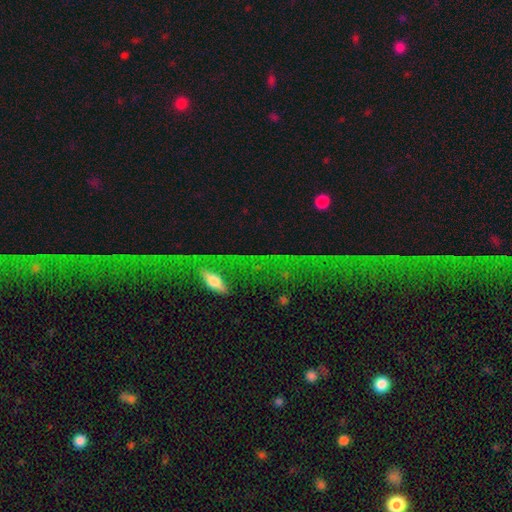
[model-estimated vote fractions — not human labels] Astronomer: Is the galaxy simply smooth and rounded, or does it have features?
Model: star or artifact — 64%.